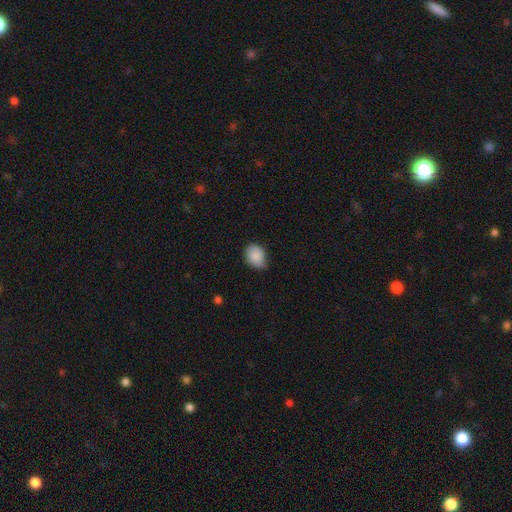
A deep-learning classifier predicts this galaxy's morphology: smooth 86%, star or artifact 7%, featured or disk 6%. Down the decision tree: how rounded — in between (60%); merging — none (64%).